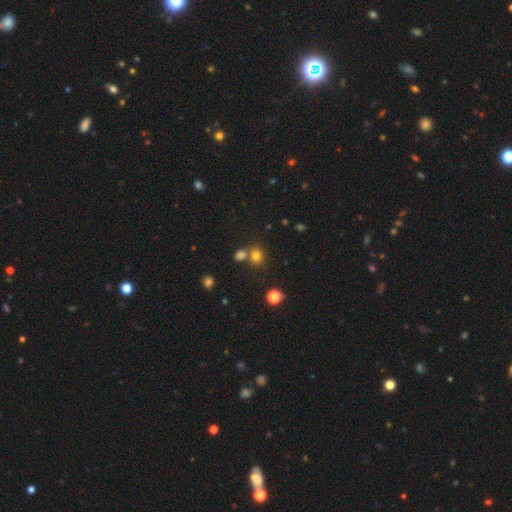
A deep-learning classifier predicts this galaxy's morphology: A smooth galaxy with no disk features (77%) that is round (73%).

Vote fractions:
- Smooth or featured? smooth: 77% / star or artifact: 16% / featured or disk: 7%
- How rounded? round: 73% / in between: 26% / cigar-shaped: 1%
- Merging? none: 60% / merger: 26% / minor disturbance: 10% / major disturbance: 4%